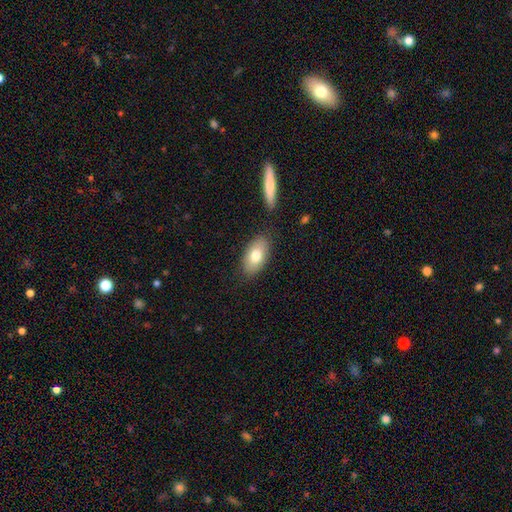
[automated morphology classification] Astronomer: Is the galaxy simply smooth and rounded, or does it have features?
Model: smooth — 75%.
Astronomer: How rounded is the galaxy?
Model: in between — 92%.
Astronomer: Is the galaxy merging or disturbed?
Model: none — 81%.